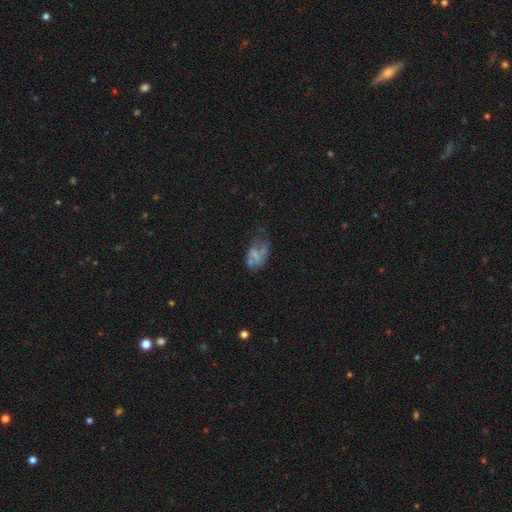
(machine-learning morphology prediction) Smooth or featured?
  - smooth: 45% *
  - featured or disk: 42%
  - star or artifact: 13%
Merging?
  - major disturbance: 35% *
  - none: 27%
  - minor disturbance: 24%
  - merger: 14%